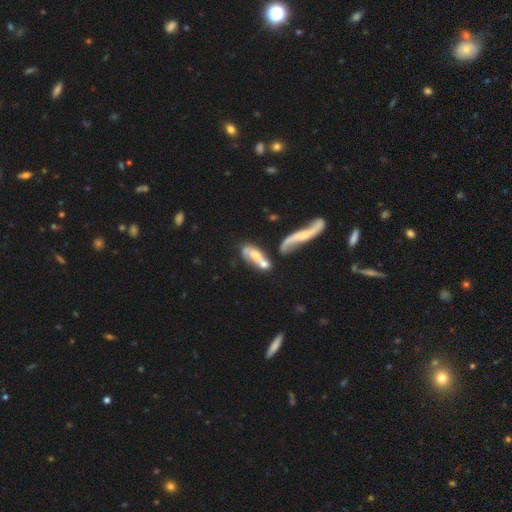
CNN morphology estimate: smooth_or_featured: featured or disk (p=0.53) [alt: smooth p=0.39]
disk_edge_on: no (p=0.75) [alt: yes p=0.25]
merging: merger (p=0.56) [alt: none p=0.22]